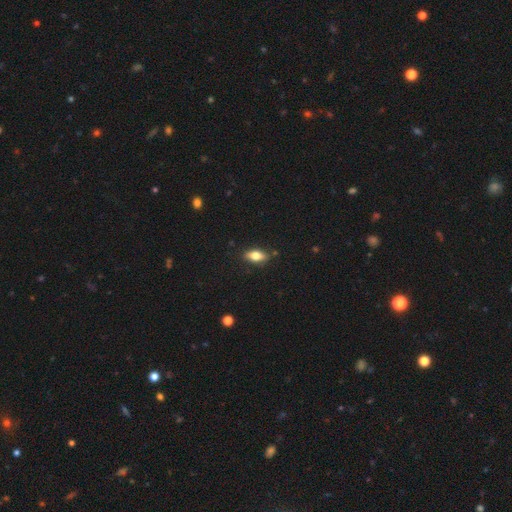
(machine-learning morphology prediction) Smooth or featured? smooth (74%)
How rounded? in between (84%)
Merging? none (84%)